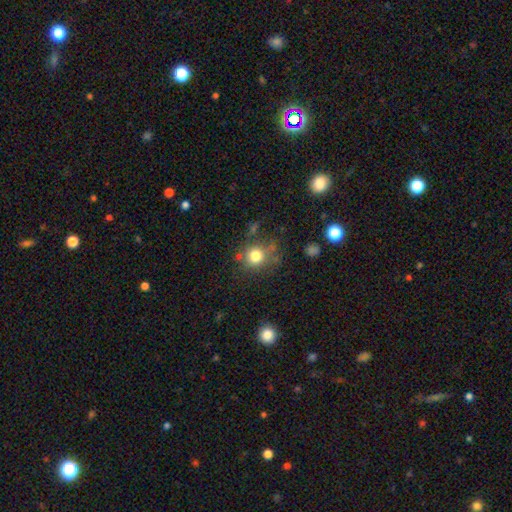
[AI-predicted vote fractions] This is likely a smooth galaxy (78%). How rounded: clearly round (86%). Merging: likely none (72%).